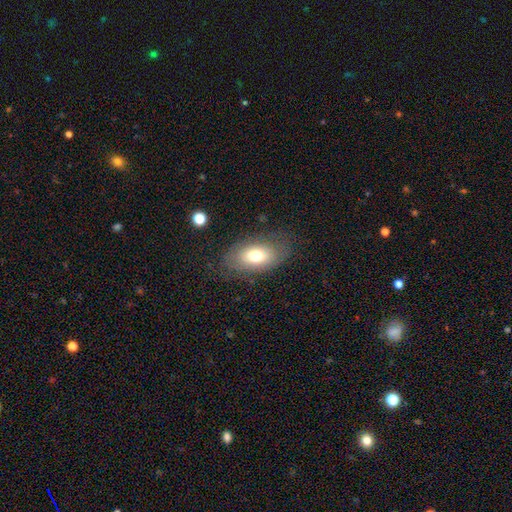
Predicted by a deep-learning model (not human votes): smooth_or_featured: smooth (p=0.68) [alt: featured or disk p=0.23]
how_rounded: in between (p=0.91) [alt: round p=0.07]
merging: none (p=0.75) [alt: minor disturbance p=0.16]